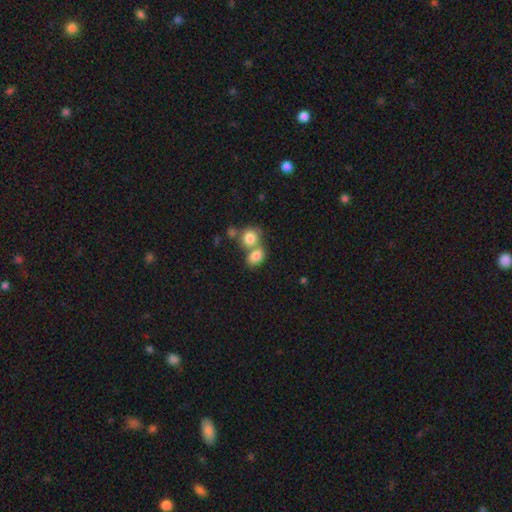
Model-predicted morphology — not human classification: smooth 81%, featured or disk 10%, star or artifact 9%. Down the decision tree: how rounded — in between (55%); merging — merger (58%).